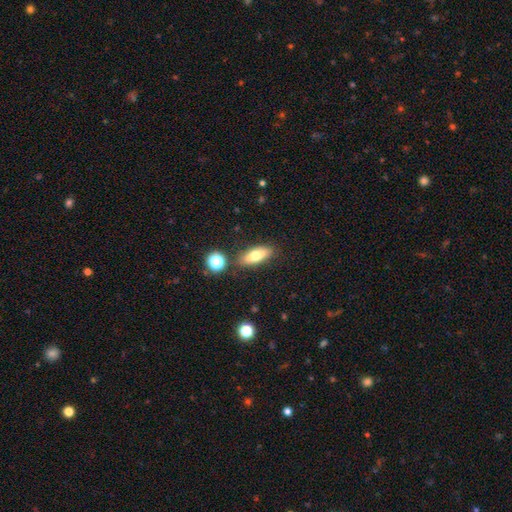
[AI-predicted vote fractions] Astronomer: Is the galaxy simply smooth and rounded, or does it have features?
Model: smooth — 69%.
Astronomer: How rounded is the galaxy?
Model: in between — 64%.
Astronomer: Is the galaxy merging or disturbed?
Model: none — 81%.